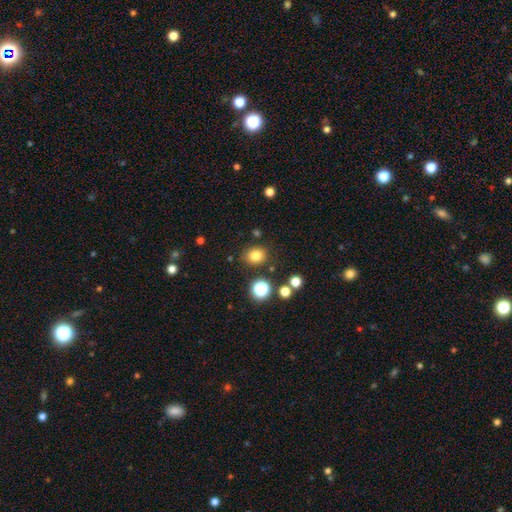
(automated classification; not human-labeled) This is likely a smooth galaxy (80%). How rounded: likely round (66%). Merging: clearly none (83%).